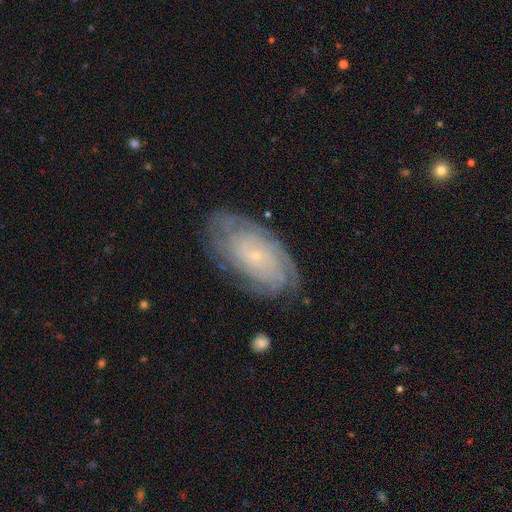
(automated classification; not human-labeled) Morphology: type=featured or disk (80%); edge-on=no (95%); bar=no (80%); spiral arms=yes (95%); winding=tight (79%); arm count=can't tell (39%); bulge=small (87%); merging=none (77%).